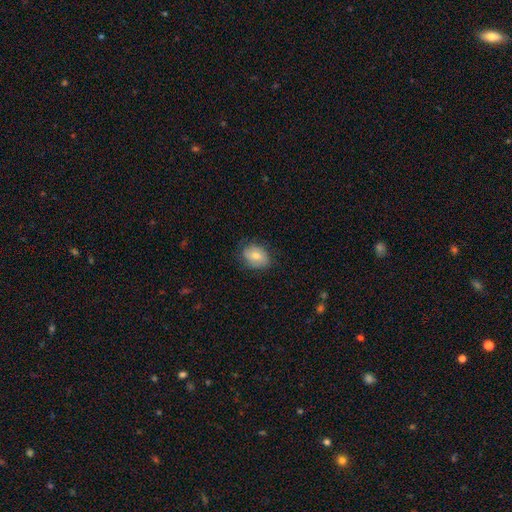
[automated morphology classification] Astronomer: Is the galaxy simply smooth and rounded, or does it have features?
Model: smooth — 73%.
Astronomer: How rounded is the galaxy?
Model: in between — 68%.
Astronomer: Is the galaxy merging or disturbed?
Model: none — 75%.